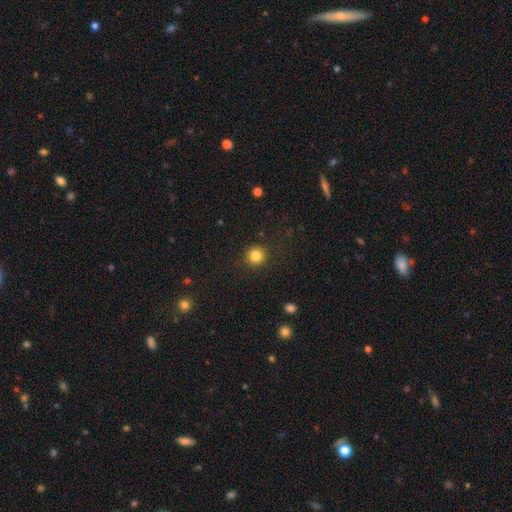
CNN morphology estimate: Q: Smooth or featured?
A: smooth (83%); runner-up: star or artifact (12%)
Q: How rounded?
A: round (94%); runner-up: in between (5%)
Q: Merging?
A: none (91%); runner-up: minor disturbance (6%)